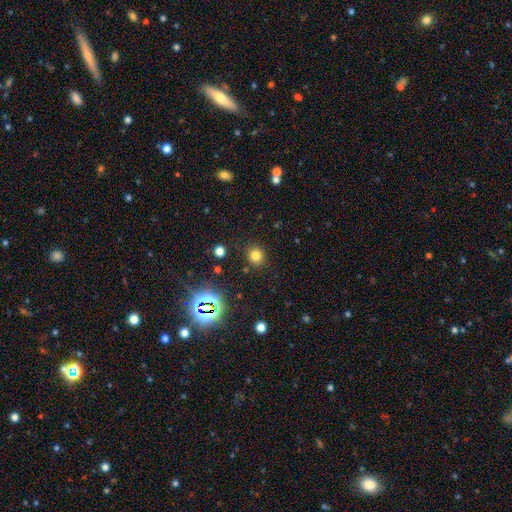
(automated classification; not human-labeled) This appears to be a smooth galaxy with no disk features (75%) that is round (81%). Merging: none (86%).